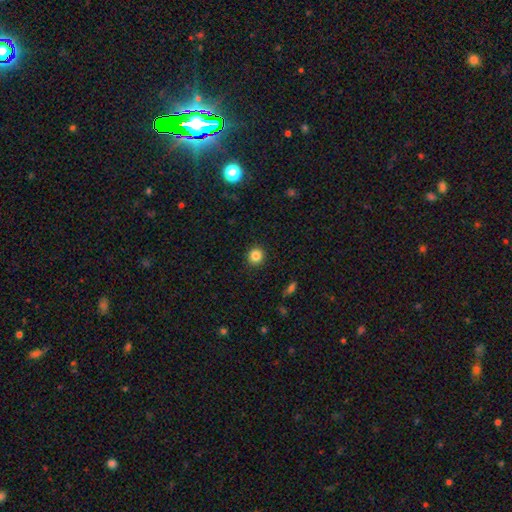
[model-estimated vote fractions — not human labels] Smooth or featured? Predicted: smooth (p=0.84). How rounded? Predicted: round (p=0.92). Merging? Predicted: none (p=0.92).